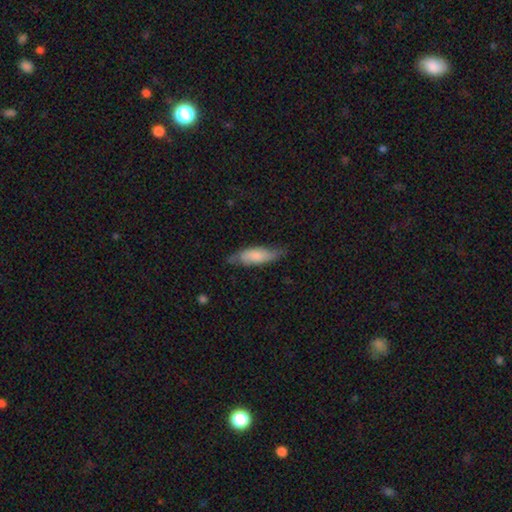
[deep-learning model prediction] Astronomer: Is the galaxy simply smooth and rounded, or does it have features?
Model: smooth — 66%.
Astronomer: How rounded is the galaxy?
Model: in between — 62%.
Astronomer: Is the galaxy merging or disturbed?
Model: none — 64%.